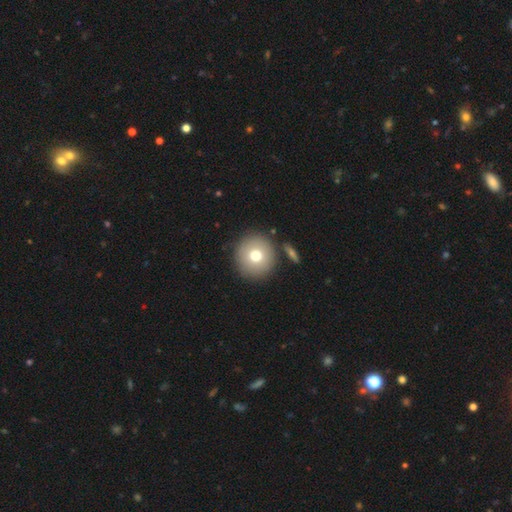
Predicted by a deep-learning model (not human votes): smooth_or_featured: smooth (p=0.74) [alt: featured or disk p=0.16]
how_rounded: round (p=0.95) [alt: in between p=0.04]
merging: none (p=0.85) [alt: minor disturbance p=0.07]